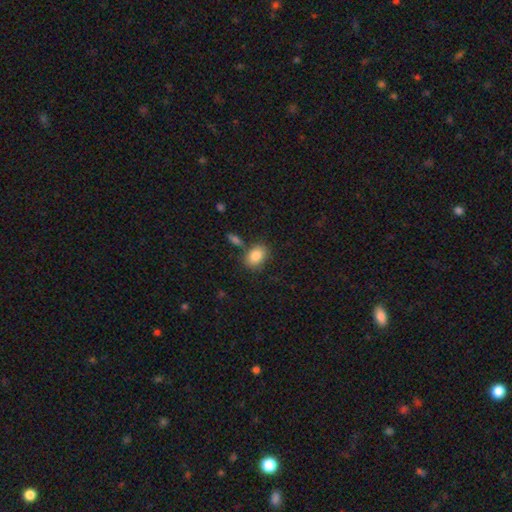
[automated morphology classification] type=smooth (86%); roundness=in between (78%); merging=none (74%).